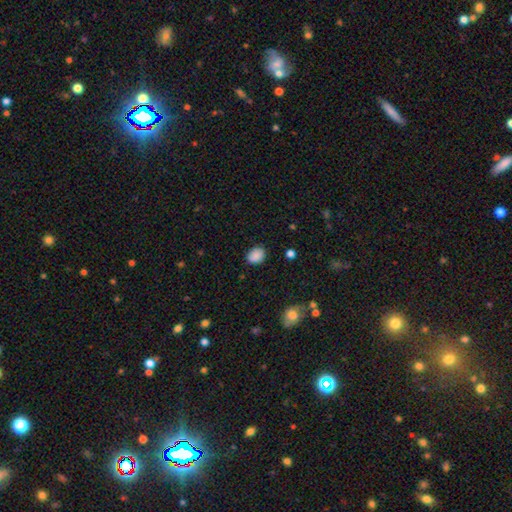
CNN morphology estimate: type=smooth (87%); roundness=in between (57%); merging=none (82%).